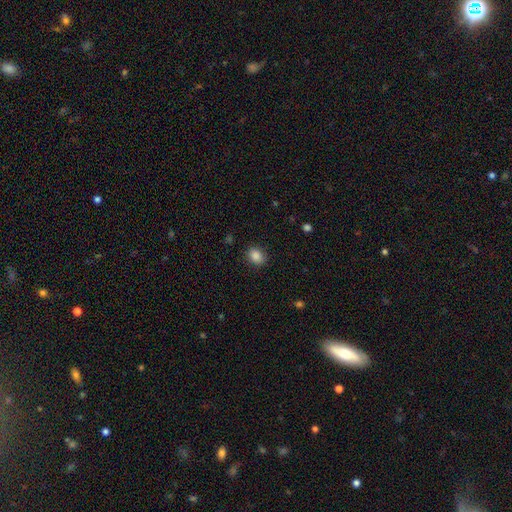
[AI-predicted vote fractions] This is clearly a smooth galaxy (87%). How rounded: possibly in between (55%). Merging: clearly none (86%).